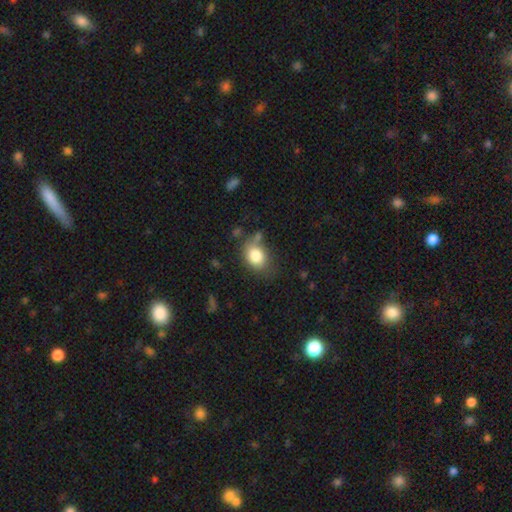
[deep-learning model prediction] Overall: smooth (82%). How rounded: in between (61%; round 38%). Merging: none (60%; minor disturbance 24%).